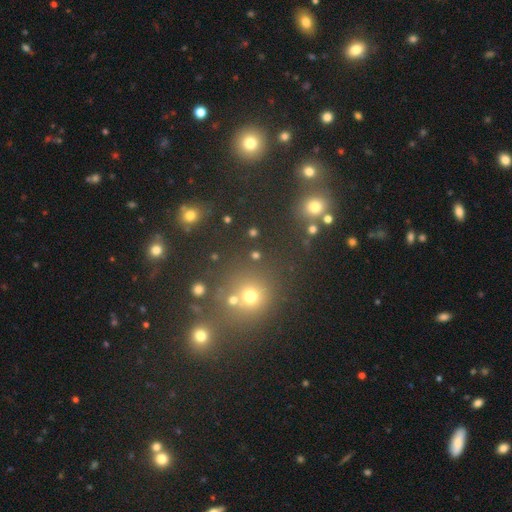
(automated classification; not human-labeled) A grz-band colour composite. It shows a smooth galaxy with no disk features (55%) that is round (87%). Merging: none (73%).